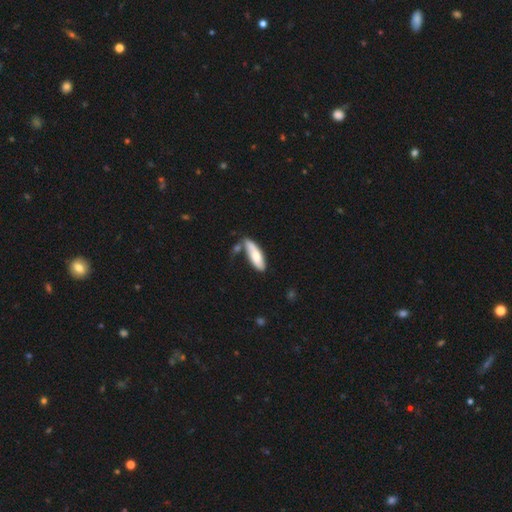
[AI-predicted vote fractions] smooth-or-featured: smooth: 69% | featured or disk: 26% | star or artifact: 5%
  how-rounded: in between: 53% | cigar-shaped: 45% | round: 2%
  merging: none: 48% | minor disturbance: 24% | merger: 20% | major disturbance: 8%